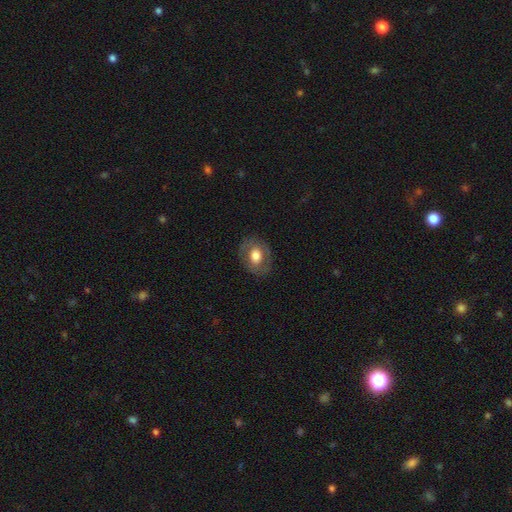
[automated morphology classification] Smooth or featured? smooth (59%)
How rounded? in between (54%)
Merging? none (80%)